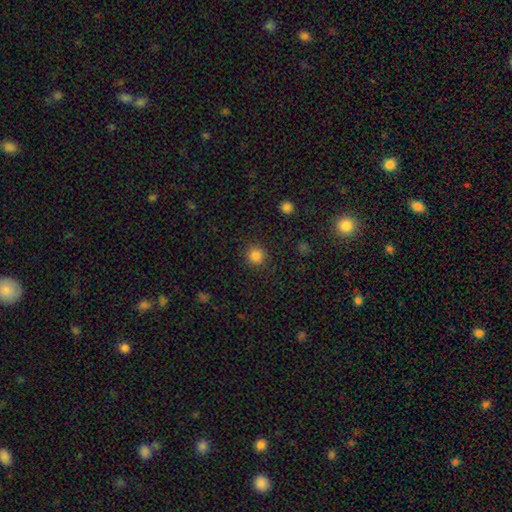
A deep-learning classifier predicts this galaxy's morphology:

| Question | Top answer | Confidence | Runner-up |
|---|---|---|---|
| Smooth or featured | smooth | 85% | star or artifact (11%) |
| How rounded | round | 94% | in between (6%) |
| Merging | none | 90% | minor disturbance (6%) |